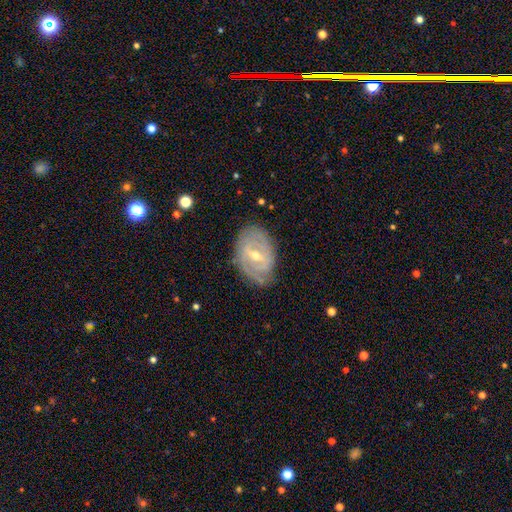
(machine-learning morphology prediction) smooth-or-featured: featured or disk: 79% | smooth: 15% | star or artifact: 6%
  disk-edge-on: no: 94% | yes: 6%
    bar: weak: 49% | strong: 33% | no: 17%
    has-spiral-arms: yes: 82% | no: 18%
      spiral-winding: tight: 60% | medium: 29% | loose: 11%
      spiral-arm-count: 2: 45% | can't tell: 35% | 3: 8% | 1: 6% | 4: 3% | more than 4: 2%
    bulge-size: moderate: 53% | small: 44% | large: 1% | none: 1% | dominant: 1%
  merging: none: 70% | minor disturbance: 23% | major disturbance: 7% | merger: 1%